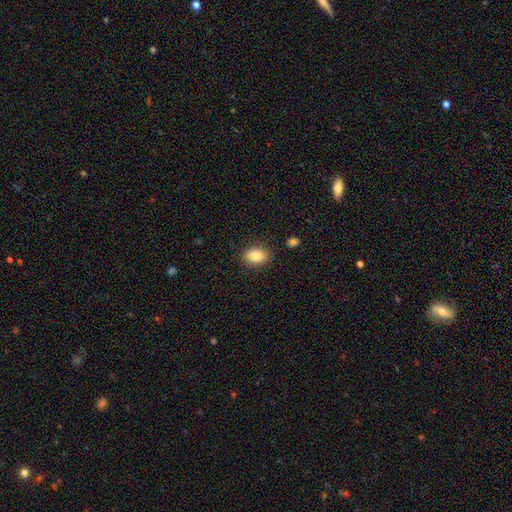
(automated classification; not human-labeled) This appears to be a smooth galaxy with no disk features (84%) that is in between round and cigar-shaped (83%). Merging: none (86%).